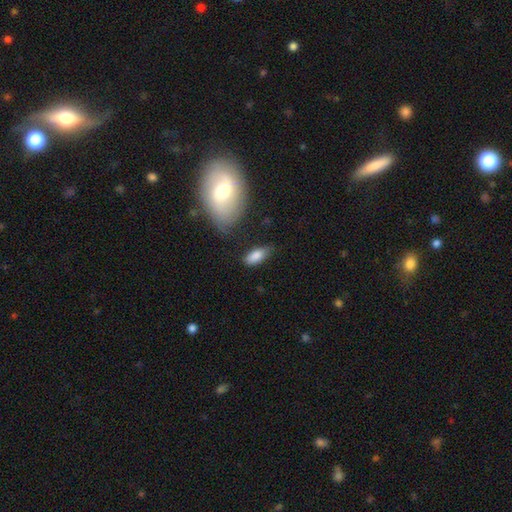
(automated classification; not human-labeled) Smooth or featured: smooth — 84% (featured or disk — 9%)
How rounded: in between — 86% (cigar-shaped — 11%)
Merging: none — 66% (minor disturbance — 24%)